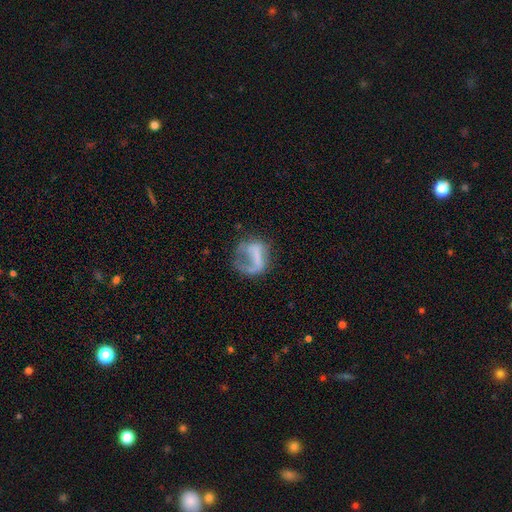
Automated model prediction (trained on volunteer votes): A featured or disk galaxy (49%). Merging: major disturbance (45%).